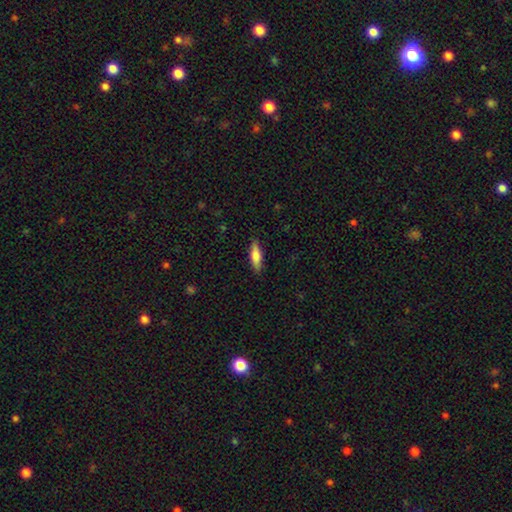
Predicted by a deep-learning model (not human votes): smooth-or-featured: smooth: 73% | featured or disk: 21% | star or artifact: 6%
  how-rounded: cigar-shaped: 57% | in between: 41% | round: 2%
  merging: none: 87% | minor disturbance: 10% | major disturbance: 2% | merger: 1%